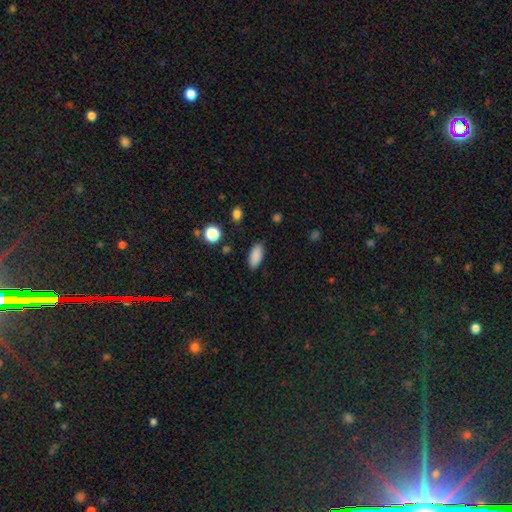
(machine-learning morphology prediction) Smooth or featured? Predicted: smooth (p=0.87). How rounded? Predicted: in between (p=0.86). Merging? Predicted: none (p=0.86).